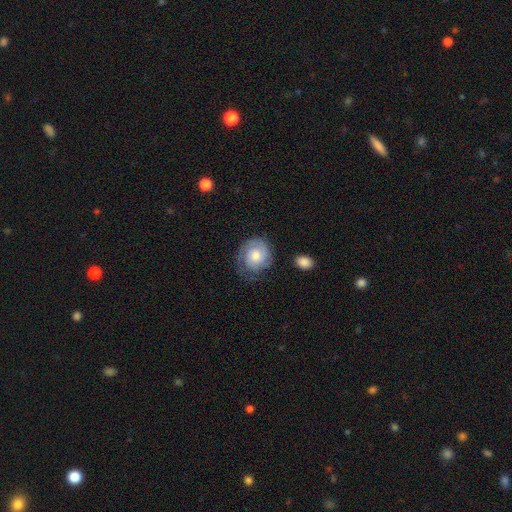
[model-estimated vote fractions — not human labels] This appears to be a featured or disk galaxy (58%) with no bar (78%), spiral arms (89%) and a moderate central bulge (56%). Merging: none (66%).